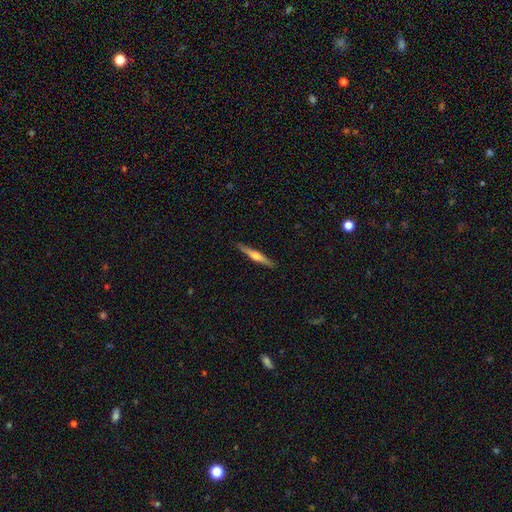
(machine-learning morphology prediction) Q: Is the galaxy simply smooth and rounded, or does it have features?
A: featured or disk — 58%.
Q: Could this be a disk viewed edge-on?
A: yes — 97%.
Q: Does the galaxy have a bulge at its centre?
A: rounded — 83%.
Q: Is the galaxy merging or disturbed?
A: none — 90%.